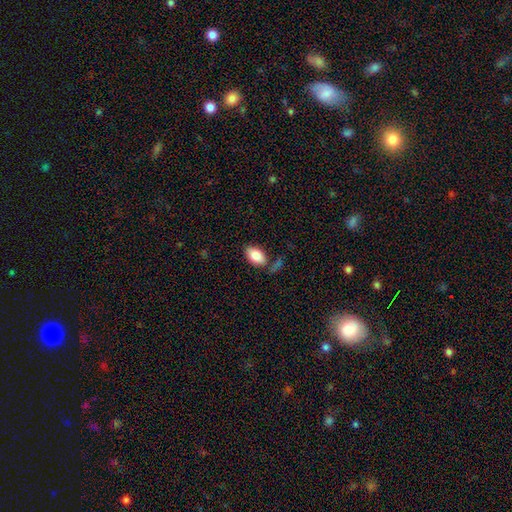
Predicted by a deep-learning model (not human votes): This appears to be a smooth galaxy with no disk features (85%) that is in between round and cigar-shaped (93%). Merging: none (72%).